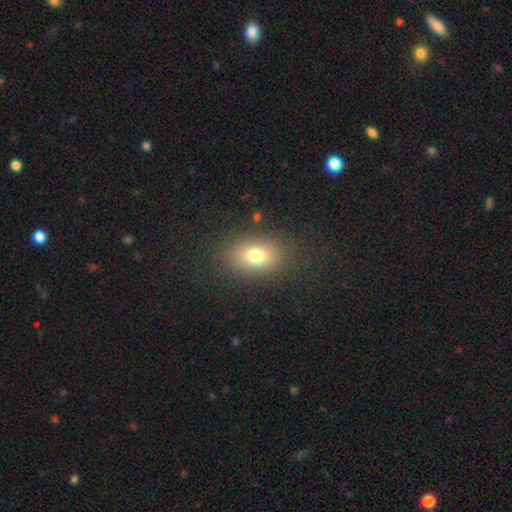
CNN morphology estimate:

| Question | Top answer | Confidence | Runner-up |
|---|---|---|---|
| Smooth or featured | smooth | 76% | star or artifact (12%) |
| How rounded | in between | 74% | round (24%) |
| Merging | none | 83% | minor disturbance (10%) |